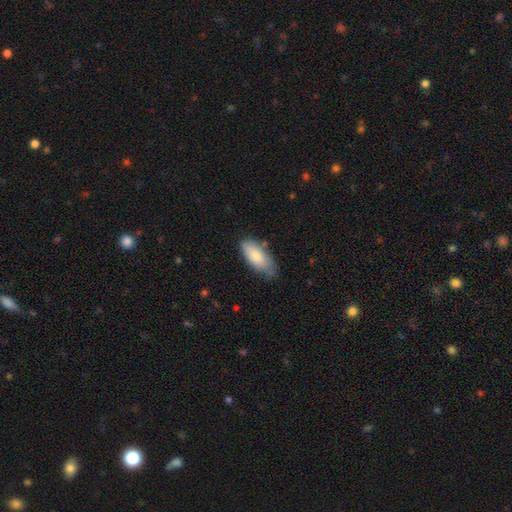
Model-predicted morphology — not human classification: Overall: smooth (80%). How rounded: in between (86%). Merging: none (68%).